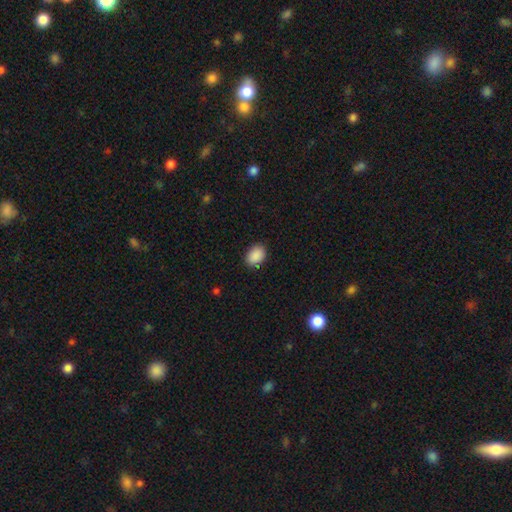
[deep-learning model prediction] Overall: smooth (90%). How rounded: in between (74%). Merging: none (86%).